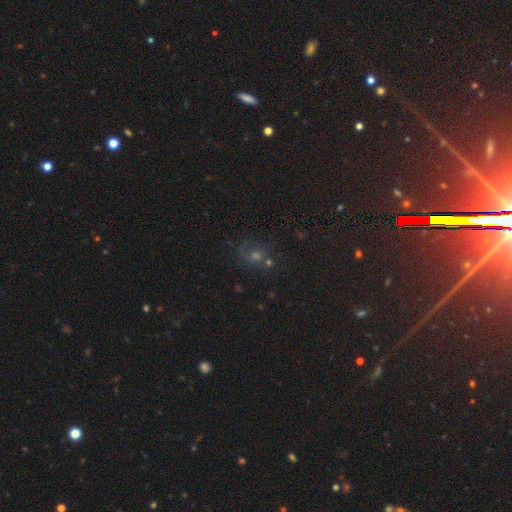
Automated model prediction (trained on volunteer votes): Smooth or featured? Predicted: star or artifact (p=0.45).